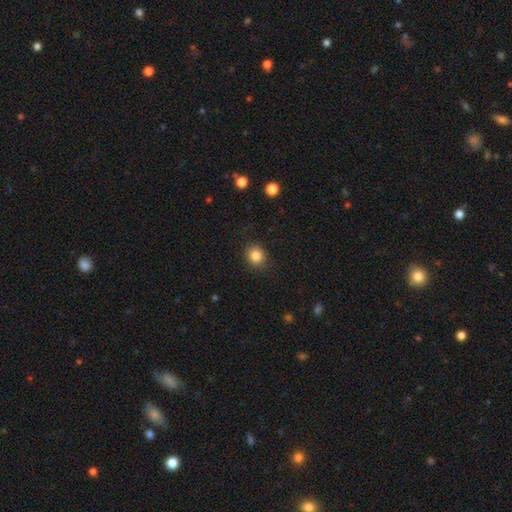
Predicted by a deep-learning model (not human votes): Smooth or featured? Predicted: smooth (p=0.84). How rounded? Predicted: round (p=0.79). Merging? Predicted: none (p=0.88).